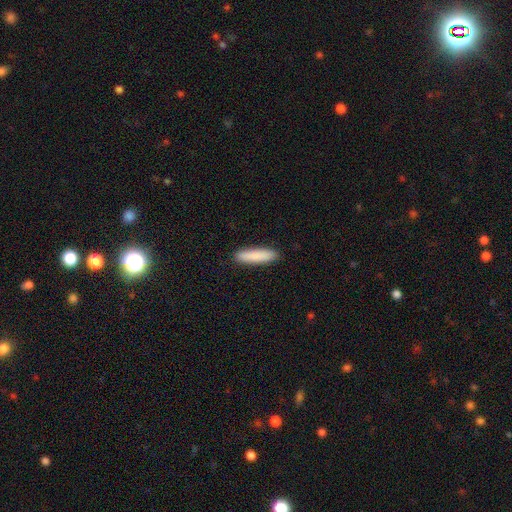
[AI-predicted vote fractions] Q: Smooth or featured?
A: smooth (88%); runner-up: featured or disk (7%)
Q: How rounded?
A: cigar-shaped (81%); runner-up: in between (18%)
Q: Merging?
A: none (91%); runner-up: minor disturbance (7%)